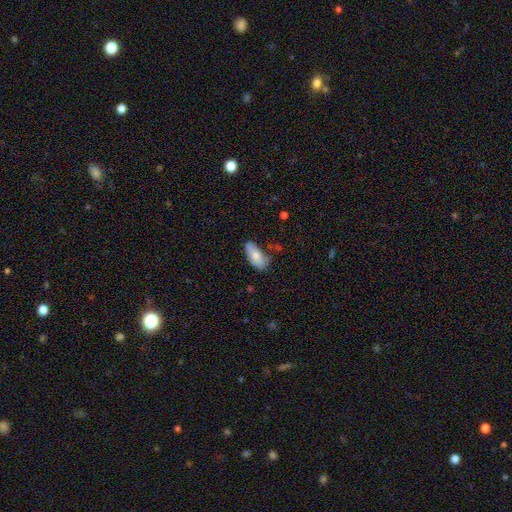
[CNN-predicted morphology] Smooth or featured: smooth — 75% (featured or disk — 19%)
How rounded: in between — 88% (cigar-shaped — 9%)
Merging: none — 60% (minor disturbance — 29%)